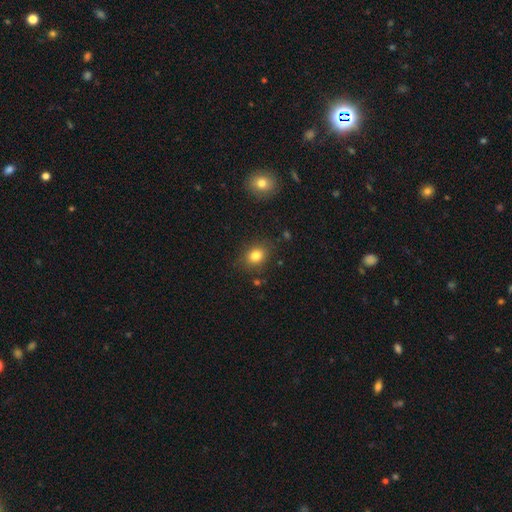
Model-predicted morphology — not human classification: A smooth galaxy with no disk features (81%) that is in between round and cigar-shaped (51%). Merging: none (82%).